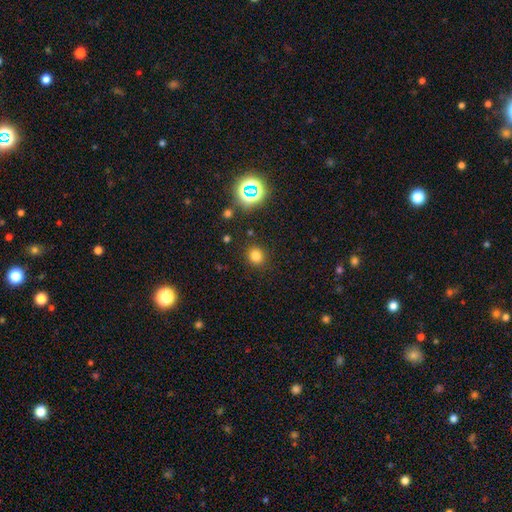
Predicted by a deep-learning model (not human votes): smooth 76%, star or artifact 18%, featured or disk 6%. Down the decision tree: how rounded — round (79%); merging — none (88%).